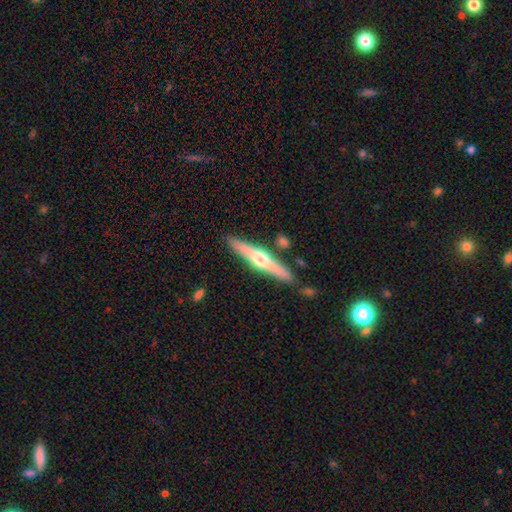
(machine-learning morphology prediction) A featured or disk galaxy (69%) viewed edge-on (97%) with a rounded central bulge (92%).

Vote fractions:
- Smooth or featured? featured or disk: 69% / smooth: 25% / star or artifact: 6%
- Edge-on disk? yes: 97% / no: 3%
- Edge-on bulge? rounded: 92% / none: 4% / boxy: 4%
- Merging? none: 86% / minor disturbance: 8% / merger: 4% / major disturbance: 2%